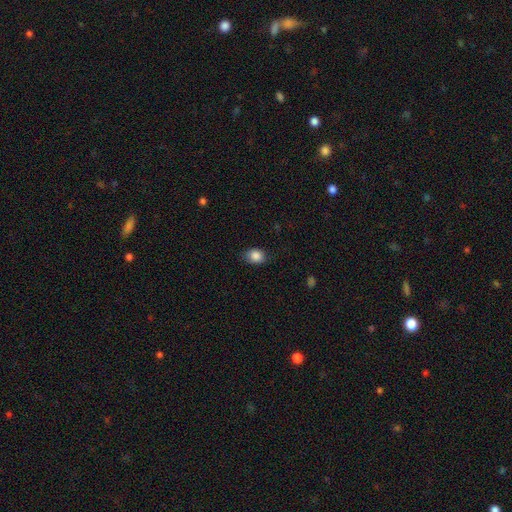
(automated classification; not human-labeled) Morphology: type=smooth (87%); roundness=in between (56%); merging=none (79%).